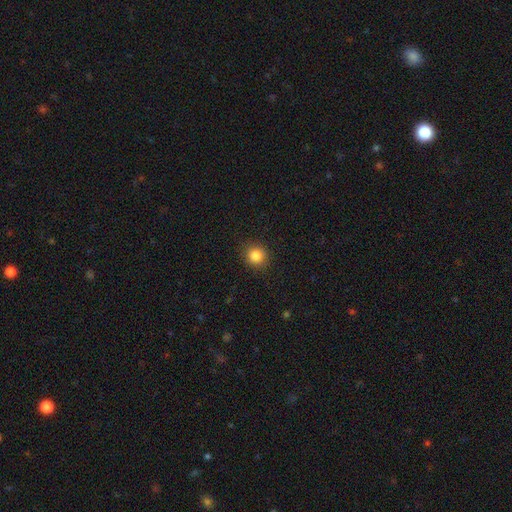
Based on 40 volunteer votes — smooth_or_featured: smooth (p=0.85) [alt: star or artifact p=0.12]
how_rounded: round (p=0.88) [alt: in between p=0.12]
merging: none (p=0.97) [alt: minor disturbance p=0.03]